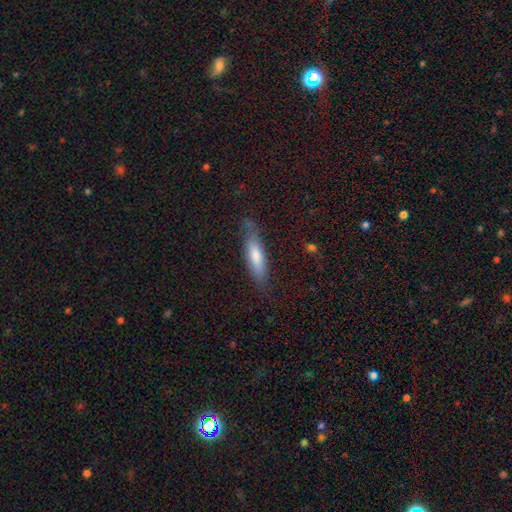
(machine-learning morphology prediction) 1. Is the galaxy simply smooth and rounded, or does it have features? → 69% smooth, 24% featured or disk, 7% star or artifact.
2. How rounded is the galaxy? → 68% cigar-shaped, 30% in between, 2% round.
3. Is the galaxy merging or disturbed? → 76% none, 18% minor disturbance, 4% major disturbance, 2% merger.